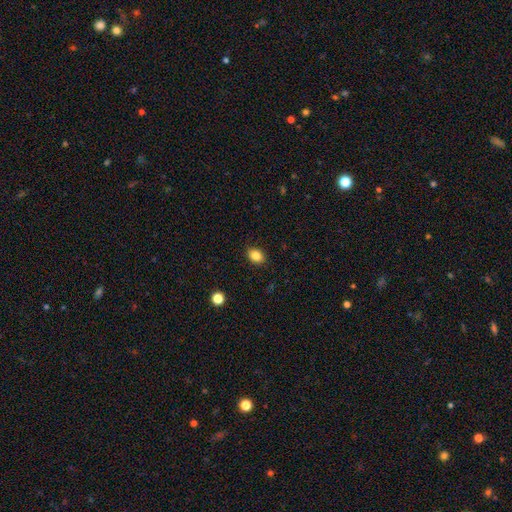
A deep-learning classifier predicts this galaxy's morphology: This is clearly a smooth galaxy (85%). How rounded: likely in between (67%). Merging: clearly none (88%).